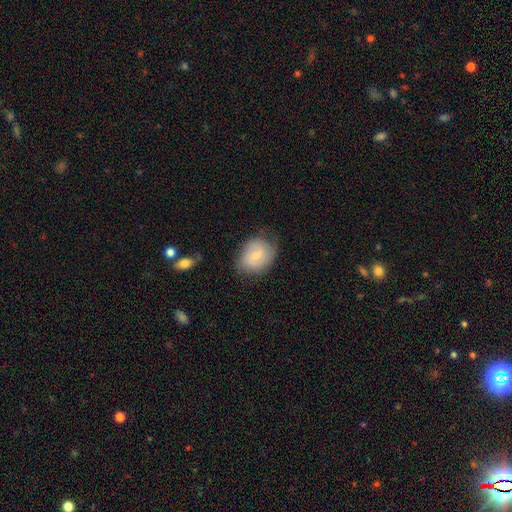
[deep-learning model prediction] Smooth or featured?
  - smooth: 51% *
  - featured or disk: 42%
  - star or artifact: 7%
How rounded?
  - round: 50% *
  - in between: 49%
  - cigar-shaped: 1%
Merging?
  - none: 73% *
  - minor disturbance: 20%
  - major disturbance: 6%
  - merger: 1%